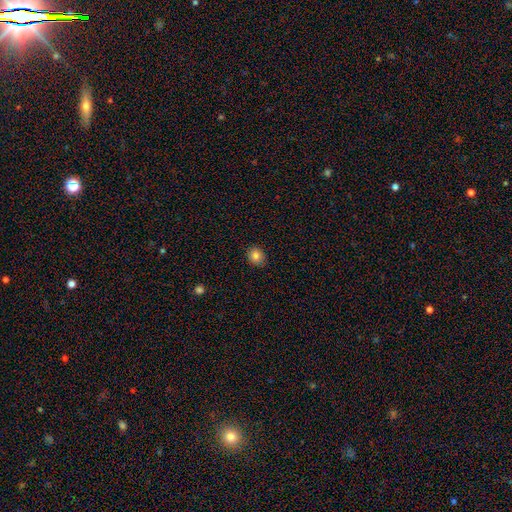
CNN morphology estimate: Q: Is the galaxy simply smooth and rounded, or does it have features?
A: smooth — 83%.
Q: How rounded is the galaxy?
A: round — 73%.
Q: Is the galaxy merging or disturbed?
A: none — 90%.